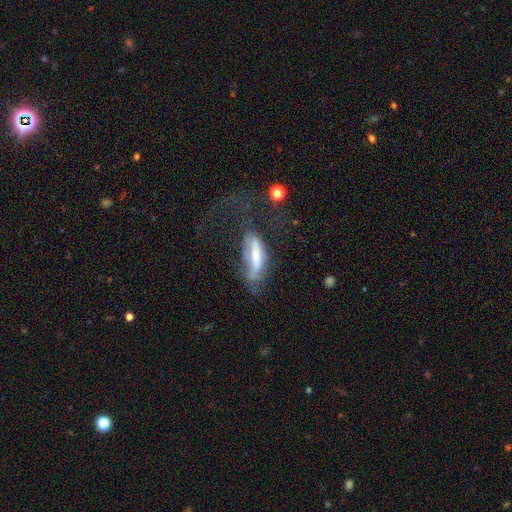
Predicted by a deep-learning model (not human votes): smooth_or_featured: smooth (p=0.47) [alt: featured or disk p=0.45]
merging: major disturbance (p=0.40) [alt: none p=0.30]